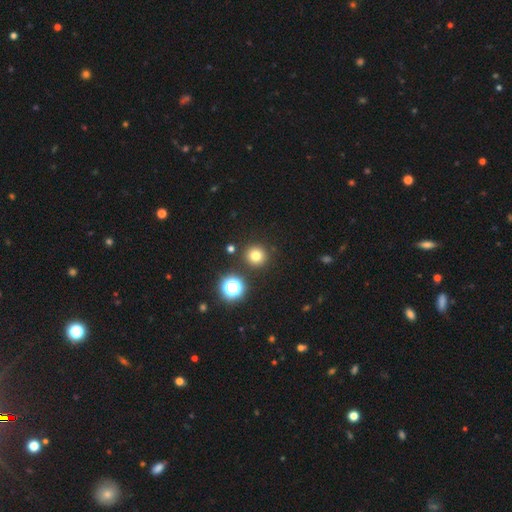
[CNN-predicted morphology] This appears to be a smooth galaxy with no disk features (76%) that is round (94%). Merging: none (88%).